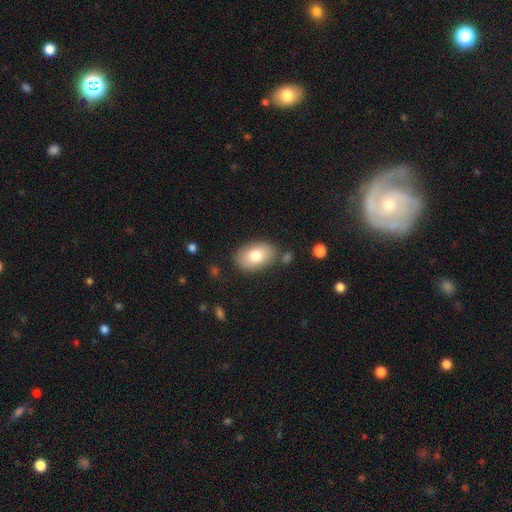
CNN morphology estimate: smooth 78%, featured or disk 15%, star or artifact 7%. Down the decision tree: how rounded — in between (90%); merging — none (79%).